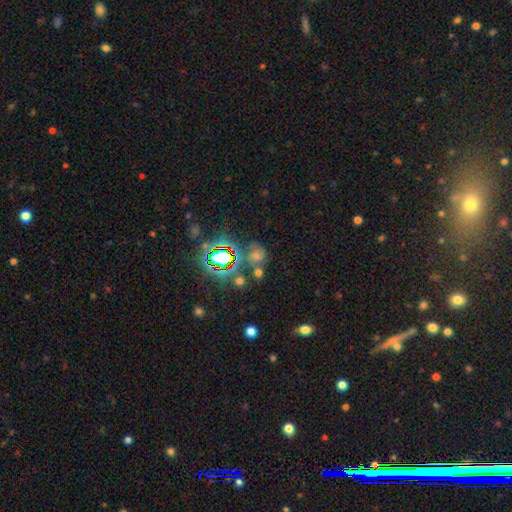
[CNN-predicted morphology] This appears to be a star or artifact, not a galaxy (58%).